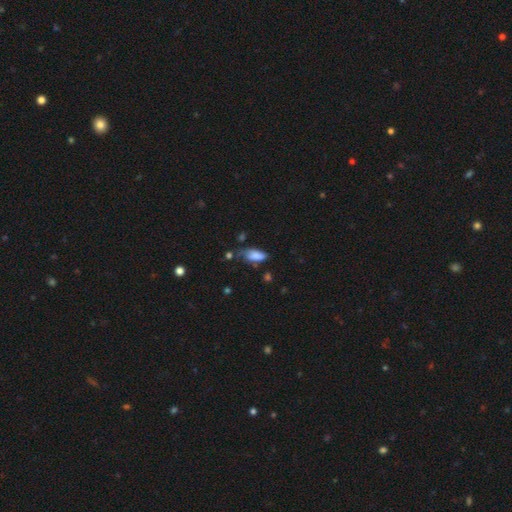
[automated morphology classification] Q: Smooth or featured?
A: smooth (80%); runner-up: featured or disk (11%)
Q: How rounded?
A: in between (86%); runner-up: cigar-shaped (11%)
Q: Merging?
A: none (44%); runner-up: minor disturbance (35%)